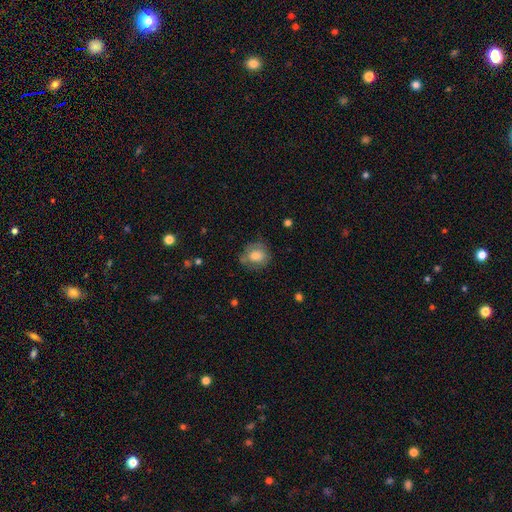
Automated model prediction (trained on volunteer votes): Morphology: type=smooth (66%); roundness=round (72%); merging=none (64%).